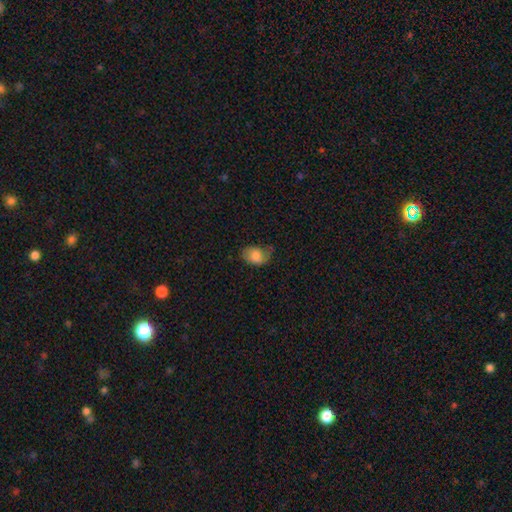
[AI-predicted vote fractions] Morphology: type=smooth (80%); roundness=in between (76%); merging=none (41%).